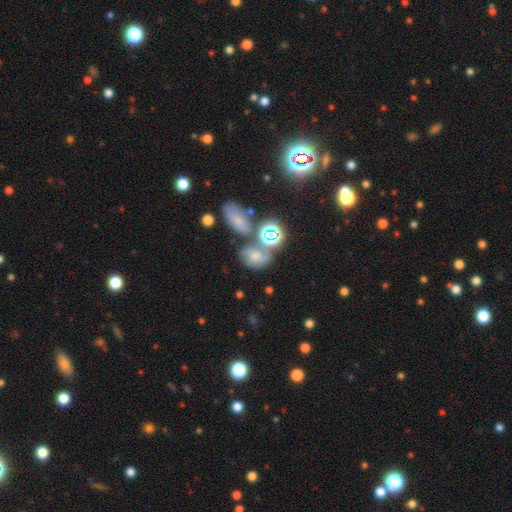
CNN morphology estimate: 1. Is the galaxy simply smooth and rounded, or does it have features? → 48% smooth, 29% featured or disk, 23% star or artifact.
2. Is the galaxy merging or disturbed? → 43% none, 29% merger, 18% minor disturbance, 10% major disturbance.